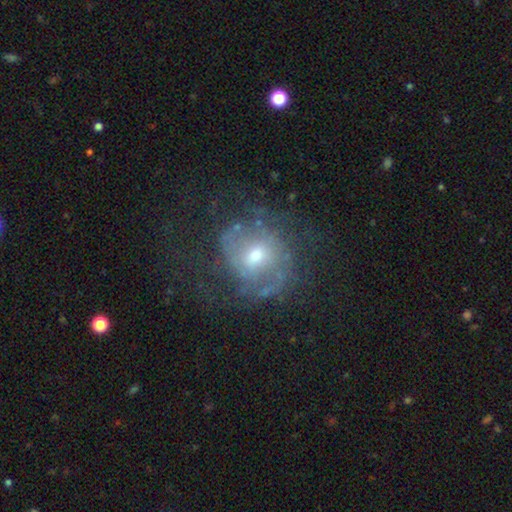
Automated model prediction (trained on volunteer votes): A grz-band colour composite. It shows a featured or disk galaxy (66%) with no bar (53%), spiral arms (73%) and a moderate central bulge (53%). Merging: none (56%).